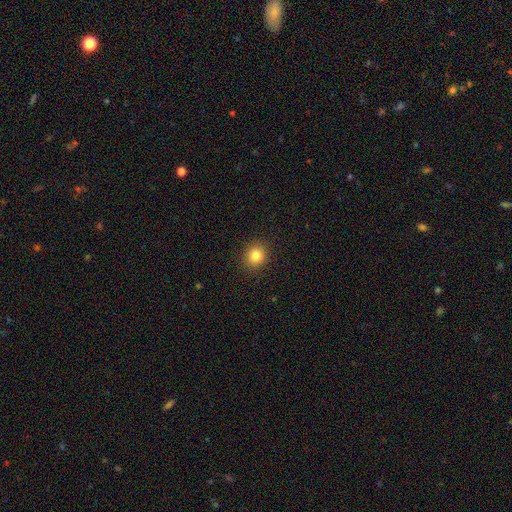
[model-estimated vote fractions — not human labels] smooth 83%, star or artifact 12%, featured or disk 5%. Down the decision tree: how rounded — round (83%); merging — none (91%).